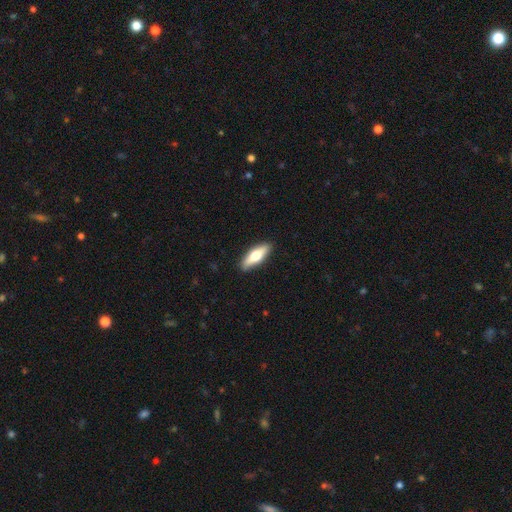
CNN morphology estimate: Q: Smooth or featured?
A: smooth (58%); runner-up: featured or disk (37%)
Q: How rounded?
A: in between (50%); runner-up: cigar-shaped (47%)
Q: Merging?
A: none (89%); runner-up: minor disturbance (8%)